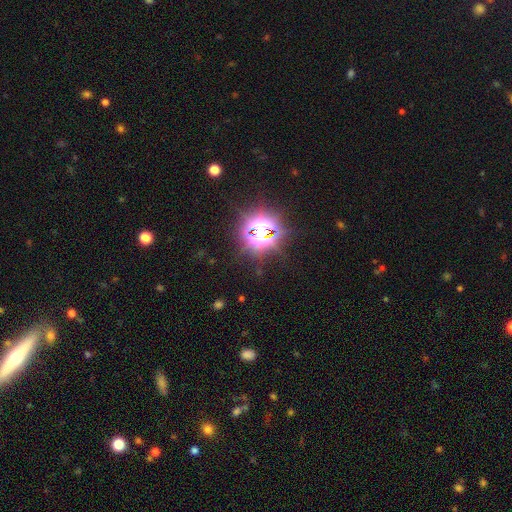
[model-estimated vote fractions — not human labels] star or artifact 75%, smooth 18%, featured or disk 7%.